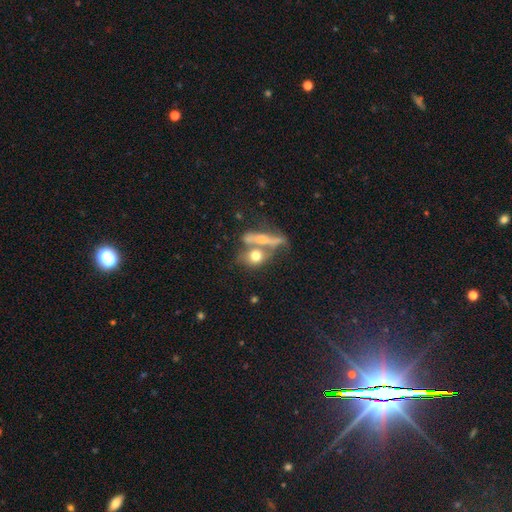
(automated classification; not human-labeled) Q: Smooth or featured?
A: smooth (64%); runner-up: featured or disk (26%)
Q: How rounded?
A: round (51%); runner-up: in between (36%)
Q: Merging?
A: merger (45%); runner-up: none (35%)